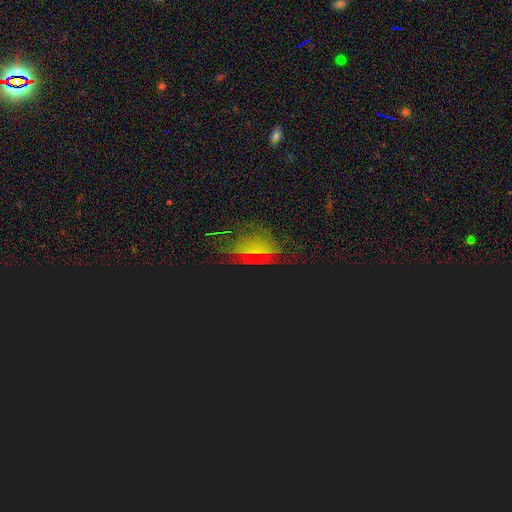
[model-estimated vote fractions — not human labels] smooth_or_featured: star or artifact (p=0.60) [alt: featured or disk p=0.20]